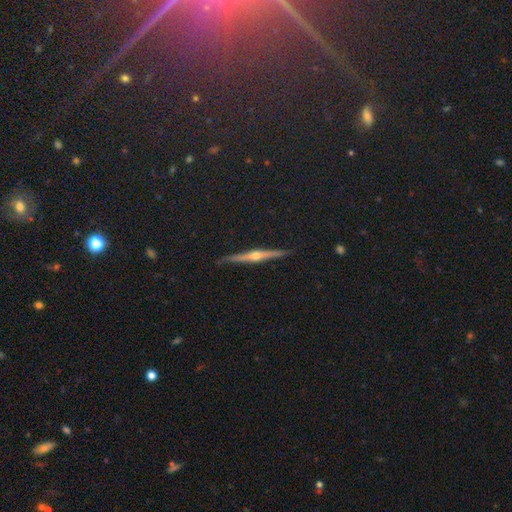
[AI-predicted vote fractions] Smooth or featured?
  - featured or disk: 79% *
  - star or artifact: 11%
  - smooth: 11%
Edge-on disk?
  - yes: 98% *
  - no: 2%
Edge-on bulge?
  - rounded: 92% *
  - none: 4%
  - boxy: 4%
Merging?
  - none: 91% *
  - minor disturbance: 6%
  - major disturbance: 1%
  - merger: 1%